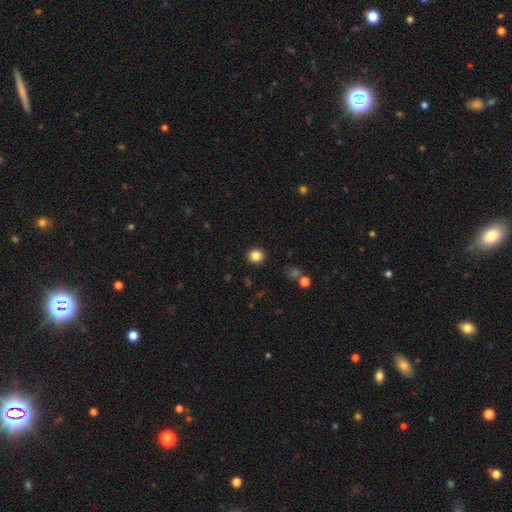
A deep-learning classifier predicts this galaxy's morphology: type=smooth (85%); roundness=round (88%); merging=none (91%).